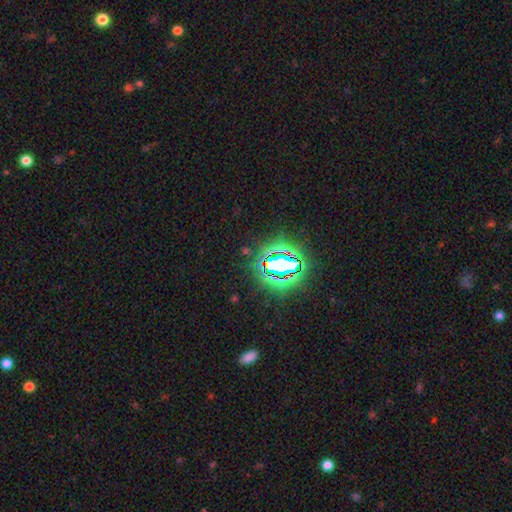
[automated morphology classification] Smooth or featured?
  - star or artifact: 82% *
  - smooth: 11%
  - featured or disk: 7%